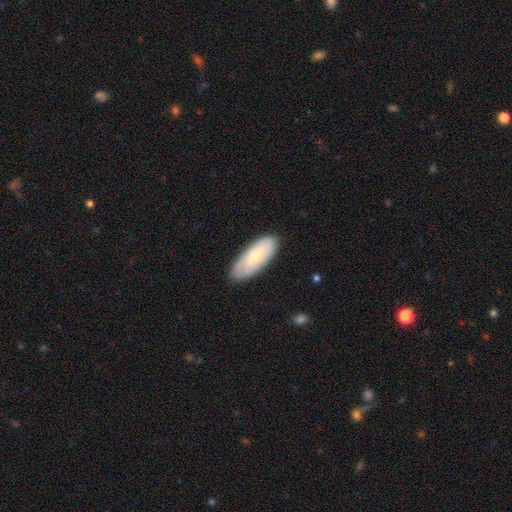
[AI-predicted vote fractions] Smooth or featured? Predicted: smooth (p=0.64). How rounded? Predicted: in between (p=0.77). Merging? Predicted: none (p=0.84).